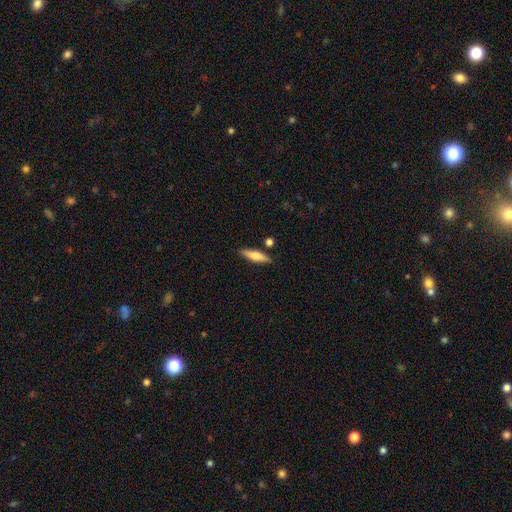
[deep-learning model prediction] smooth-or-featured: smooth: 61% | featured or disk: 33% | star or artifact: 6%
  how-rounded: cigar-shaped: 71% | in between: 27% | round: 2%
  merging: none: 84% | minor disturbance: 10% | merger: 4% | major disturbance: 2%